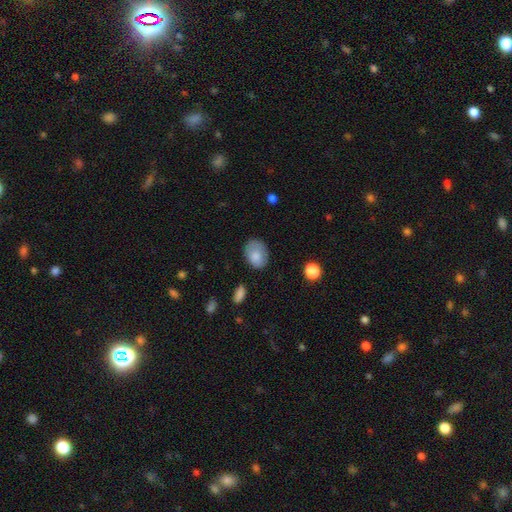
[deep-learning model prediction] smooth-or-featured: smooth: 79% | featured or disk: 13% | star or artifact: 7%
  how-rounded: in between: 71% | round: 28% | cigar-shaped: 1%
  merging: none: 67% | minor disturbance: 23% | major disturbance: 8% | merger: 2%